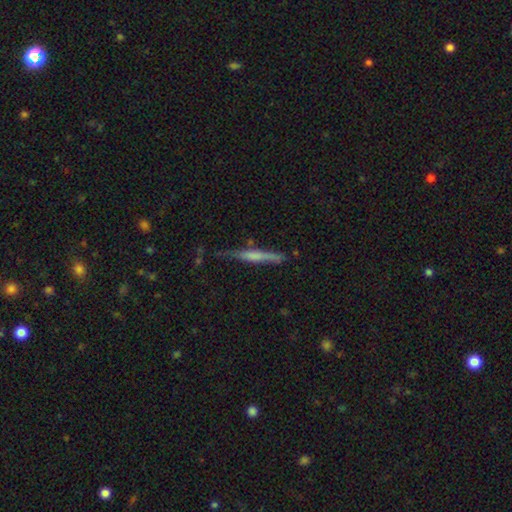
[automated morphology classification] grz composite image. It shows a smooth galaxy with no disk features (48%). Merging: none (70%).